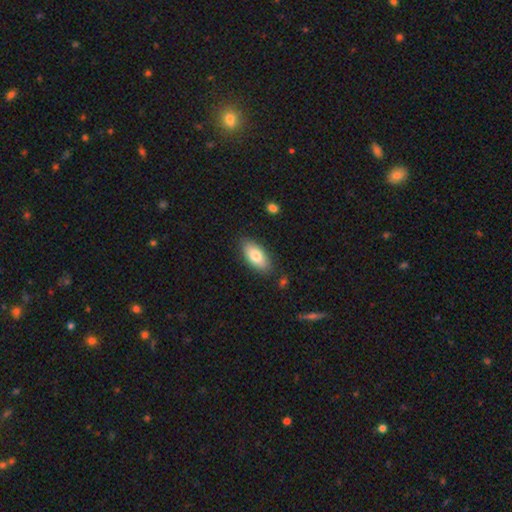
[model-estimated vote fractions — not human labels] This is likely a smooth galaxy (78%). How rounded: clearly in between (89%). Merging: clearly none (83%).